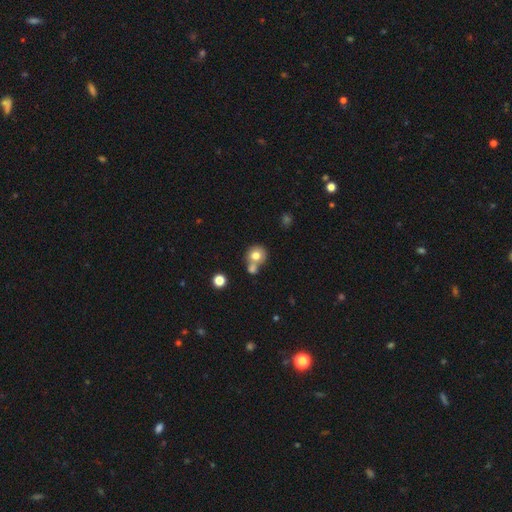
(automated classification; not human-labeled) Overall: smooth (77%). How rounded: round (83%). Merging: none (45%; merger 42%).